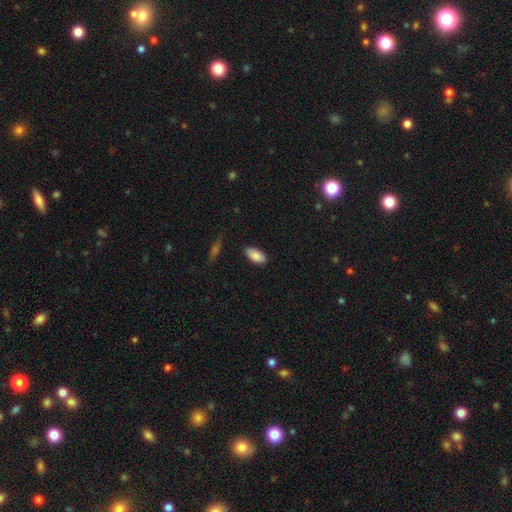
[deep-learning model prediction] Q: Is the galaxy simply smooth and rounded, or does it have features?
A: smooth — 88%.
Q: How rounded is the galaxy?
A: in between — 92%.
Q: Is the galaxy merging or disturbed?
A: none — 85%.